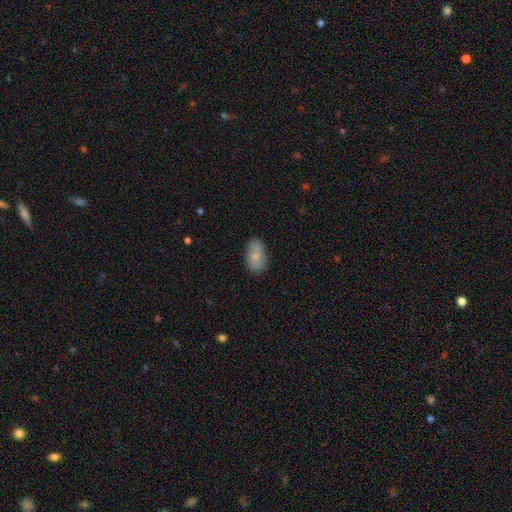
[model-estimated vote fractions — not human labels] Q: Smooth or featured?
A: smooth (70%); runner-up: featured or disk (23%)
Q: How rounded?
A: in between (92%); runner-up: round (6%)
Q: Merging?
A: none (82%); runner-up: minor disturbance (14%)